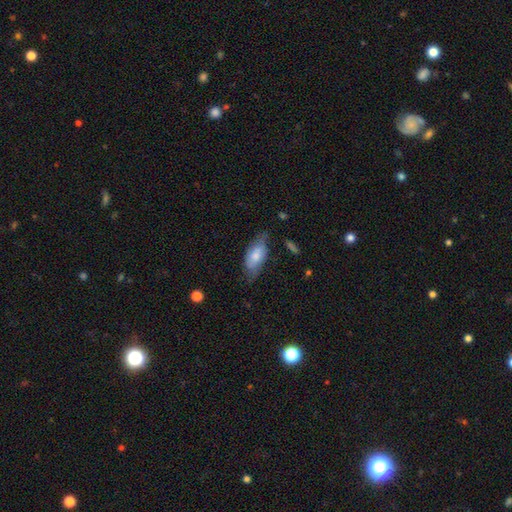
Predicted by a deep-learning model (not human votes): Morphology: type=smooth (68%); roundness=in between (85%); merging=none (58%).